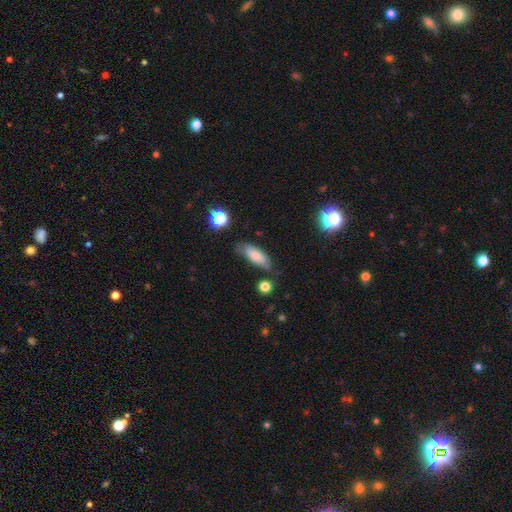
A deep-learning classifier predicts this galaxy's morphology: smooth 73%, featured or disk 19%, star or artifact 8%. Down the decision tree: how rounded — in between (73%); merging — none (68%).